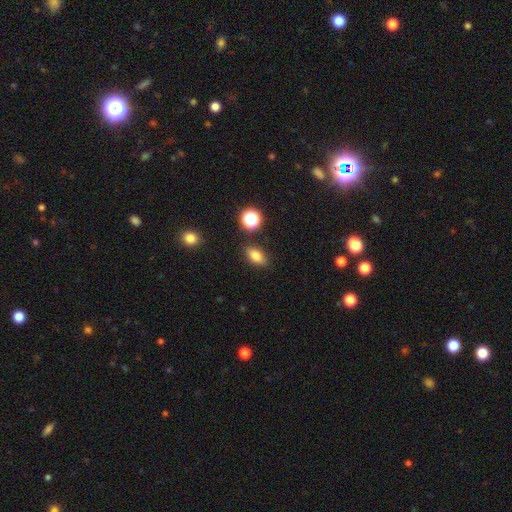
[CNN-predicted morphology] Overall: smooth (78%). How rounded: in between (81%). Merging: none (85%).